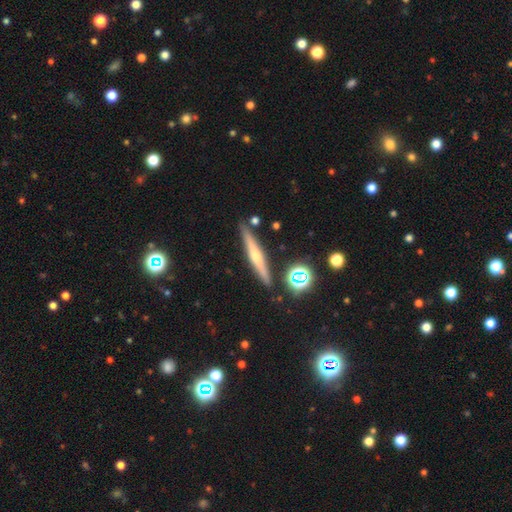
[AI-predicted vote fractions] Smooth or featured? featured or disk (57%)
Edge-on disk? yes (96%)
Edge-on bulge? rounded (71%)
Merging? none (87%)